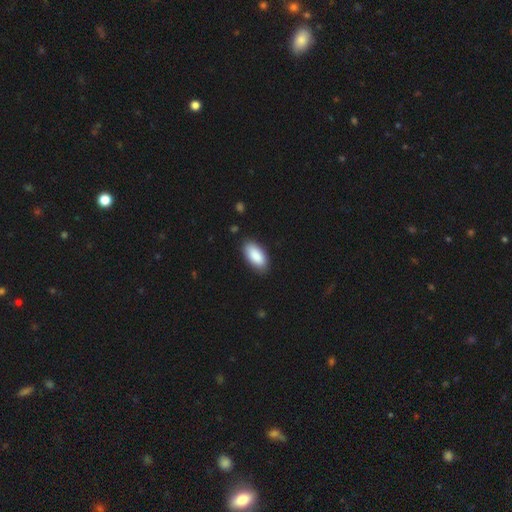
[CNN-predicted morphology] A smooth galaxy with no disk features (89%) that is in between round and cigar-shaped (92%). Merging: none (85%).